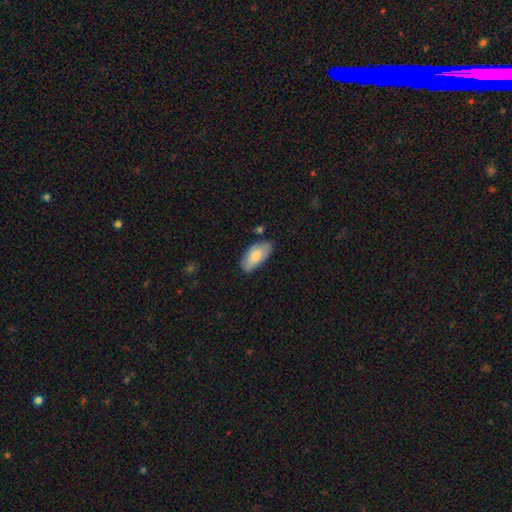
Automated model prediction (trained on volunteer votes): A smooth galaxy with no disk features (78%) that is in between round and cigar-shaped (93%). Merging: none (78%).